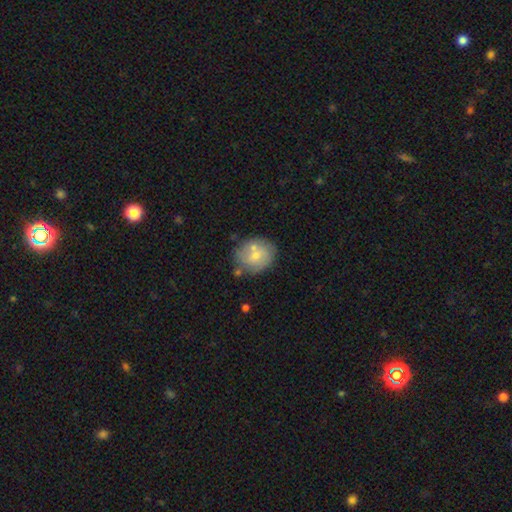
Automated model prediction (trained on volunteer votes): Smooth or featured? Predicted: smooth (p=0.63). How rounded? Predicted: round (p=0.68). Merging? Predicted: none (p=0.64).